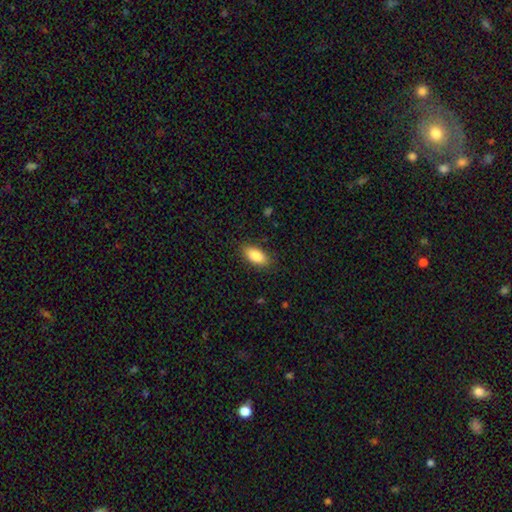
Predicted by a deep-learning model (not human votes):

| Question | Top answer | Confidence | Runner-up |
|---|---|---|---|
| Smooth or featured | smooth | 87% | star or artifact (7%) |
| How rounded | in between | 89% | cigar-shaped (8%) |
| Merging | none | 86% | minor disturbance (11%) |